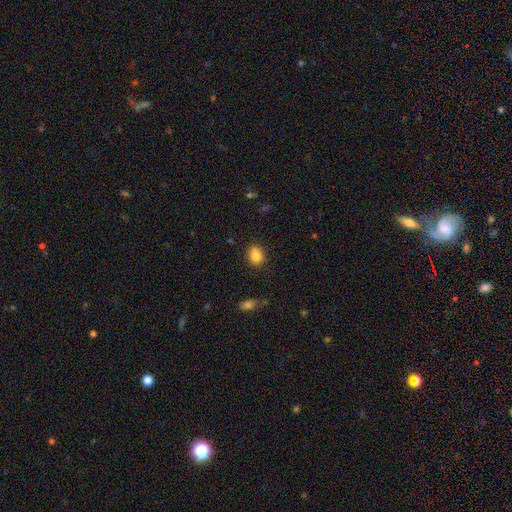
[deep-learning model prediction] Smooth or featured? Predicted: smooth (p=0.84). How rounded? Predicted: in between (p=0.52). Merging? Predicted: none (p=0.74).